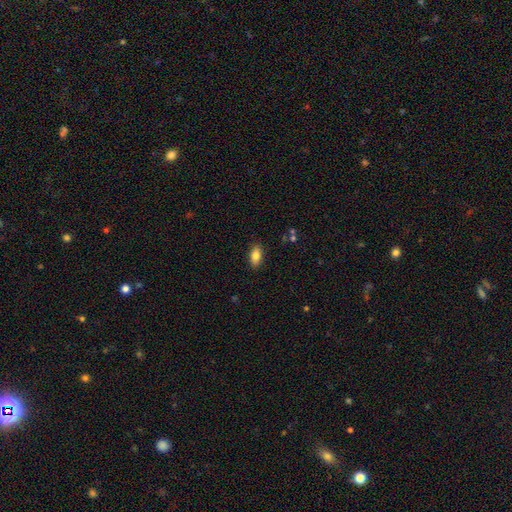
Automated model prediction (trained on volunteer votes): Smooth or featured? Predicted: smooth (p=0.82). How rounded? Predicted: in between (p=0.89). Merging? Predicted: none (p=0.88).